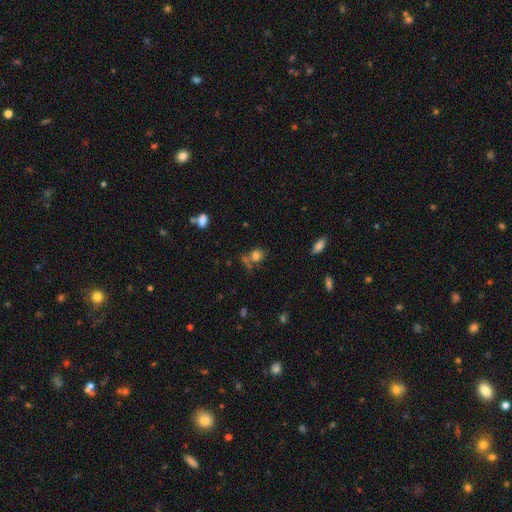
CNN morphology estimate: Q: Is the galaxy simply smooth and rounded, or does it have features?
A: smooth — 75%.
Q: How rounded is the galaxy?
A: round — 67%.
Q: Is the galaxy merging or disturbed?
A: none — 54%.